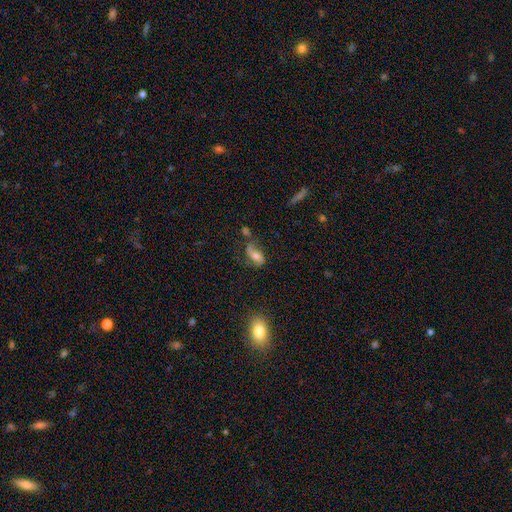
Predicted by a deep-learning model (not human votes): A smooth galaxy with no disk features (53%) that is in between round and cigar-shaped (86%). Merging: none (38%).